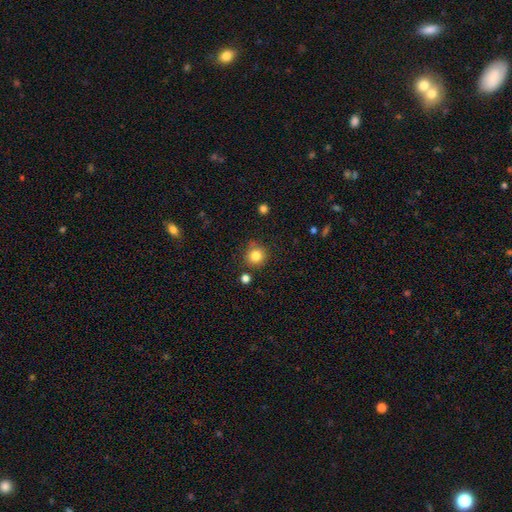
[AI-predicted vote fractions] A smooth galaxy with no disk features (83%) that is round (91%).

Vote fractions:
- Smooth or featured? smooth: 83% / star or artifact: 11% / featured or disk: 6%
- How rounded? round: 91% / in between: 8% / cigar-shaped: 1%
- Merging? none: 81% / minor disturbance: 11% / merger: 5% / major disturbance: 3%